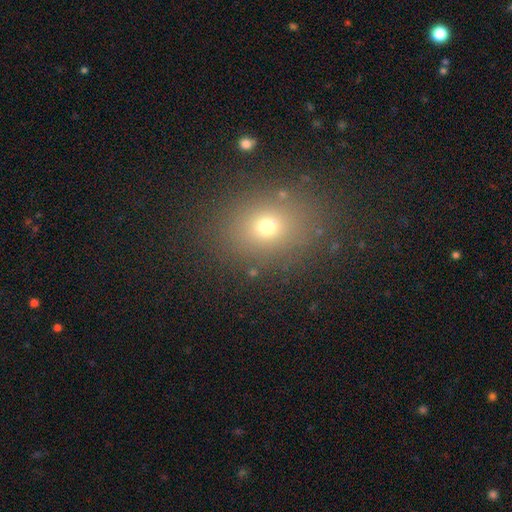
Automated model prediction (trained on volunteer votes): Q: Smooth or featured?
A: smooth (65%); runner-up: star or artifact (25%)
Q: How rounded?
A: in between (51%); runner-up: round (47%)
Q: Merging?
A: none (88%); runner-up: minor disturbance (8%)